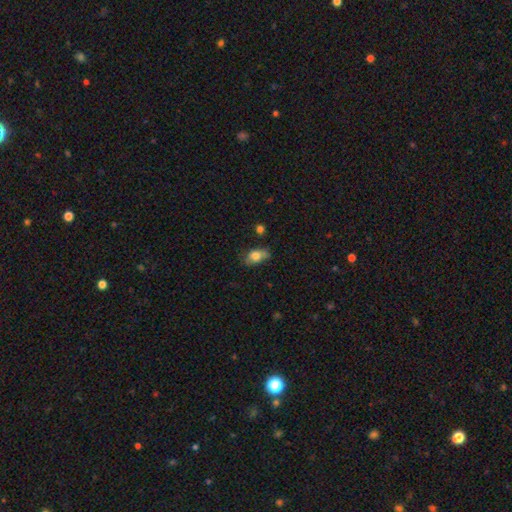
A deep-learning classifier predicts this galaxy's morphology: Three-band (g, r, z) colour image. It shows a smooth galaxy with no disk features (75%) that is in between round and cigar-shaped (85%). Merging: none (56%).